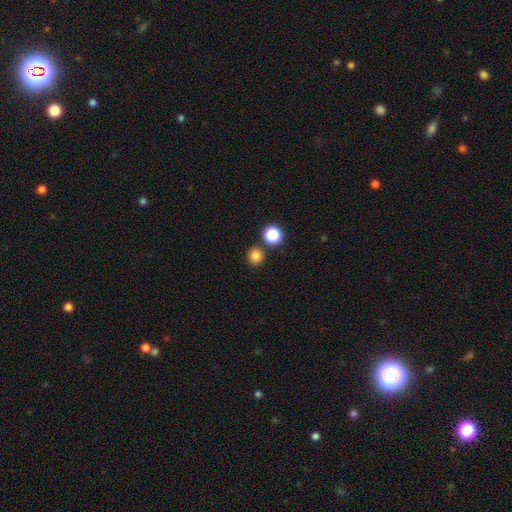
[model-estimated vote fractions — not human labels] A smooth galaxy with no disk features (82%) that is round (92%). Merging: none (83%).